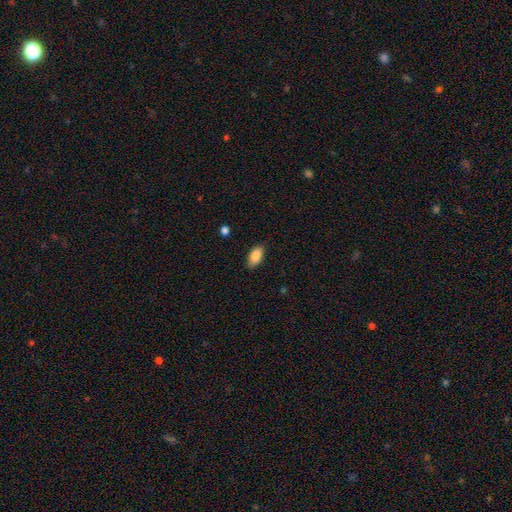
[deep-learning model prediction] Overall: smooth (88%). How rounded: in between (93%). Merging: none (84%).